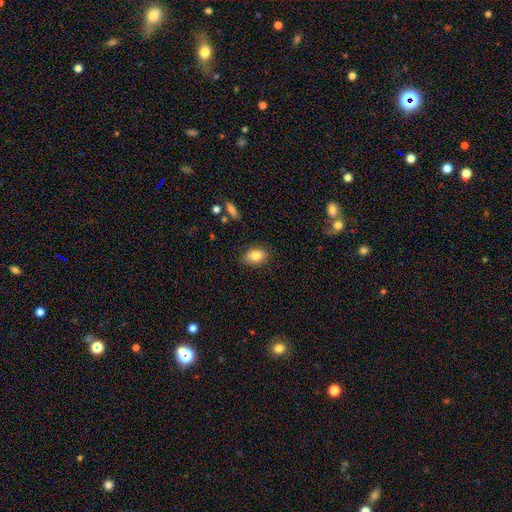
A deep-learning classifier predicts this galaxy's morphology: Smooth or featured?
  - smooth: 83% *
  - featured or disk: 9%
  - star or artifact: 8%
How rounded?
  - in between: 86% *
  - round: 12%
  - cigar-shaped: 2%
Merging?
  - none: 80% *
  - minor disturbance: 15%
  - major disturbance: 3%
  - merger: 2%